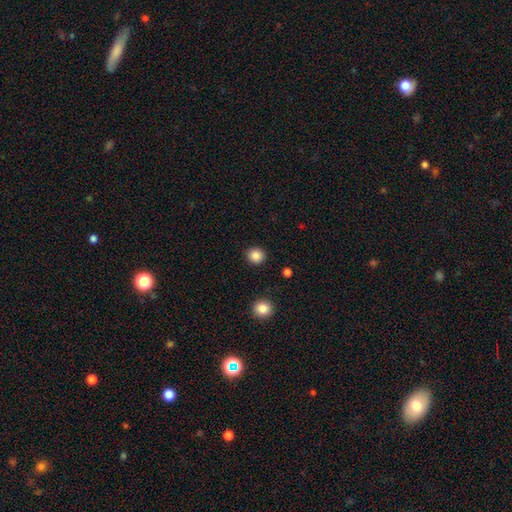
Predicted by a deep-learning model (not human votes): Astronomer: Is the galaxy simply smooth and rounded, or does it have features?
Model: smooth — 87%.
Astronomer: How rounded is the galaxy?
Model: round — 89%.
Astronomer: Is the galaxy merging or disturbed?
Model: none — 91%.